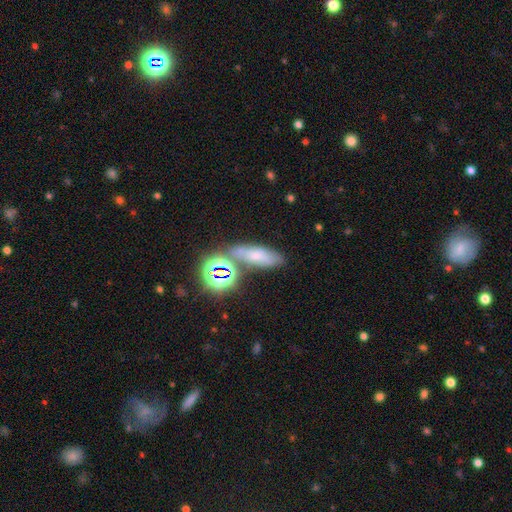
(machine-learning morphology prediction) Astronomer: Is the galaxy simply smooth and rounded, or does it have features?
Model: smooth — 53% (runner-up: star or artifact, 30%).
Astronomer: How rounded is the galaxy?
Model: in between — 56%.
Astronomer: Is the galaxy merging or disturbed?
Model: none — 58%.